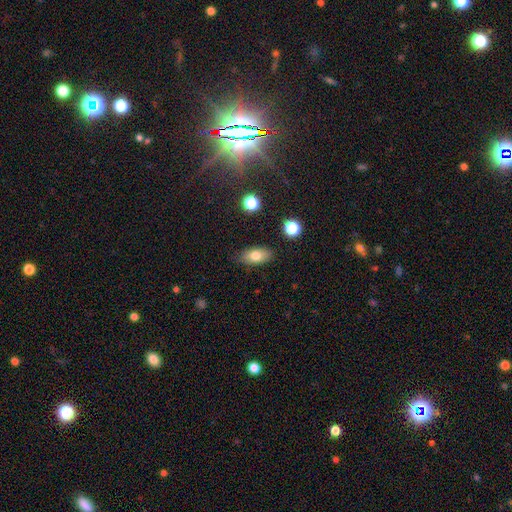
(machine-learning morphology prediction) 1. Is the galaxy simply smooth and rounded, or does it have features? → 77% smooth, 14% featured or disk, 9% star or artifact.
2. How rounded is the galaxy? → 88% in between, 6% round, 6% cigar-shaped.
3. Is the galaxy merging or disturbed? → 85% none, 11% minor disturbance, 3% major disturbance, 2% merger.